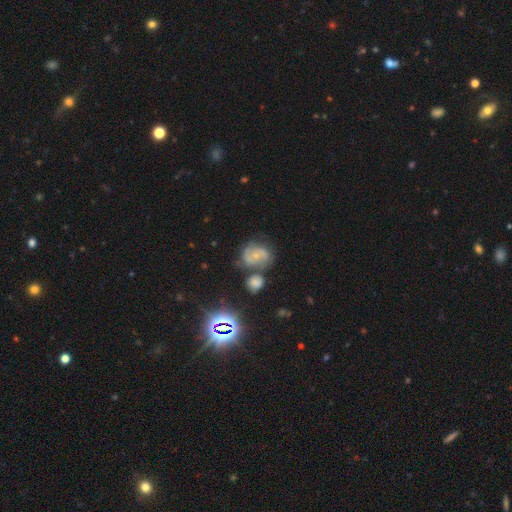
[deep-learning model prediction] Smooth or featured? Predicted: featured or disk (p=0.61). Edge-on disk? Predicted: no (p=0.97). Bar? Predicted: no (p=0.69). Spiral arms? Predicted: yes (p=0.83). Bulge size? Predicted: small (p=0.63). Merging? Predicted: none (p=0.46).